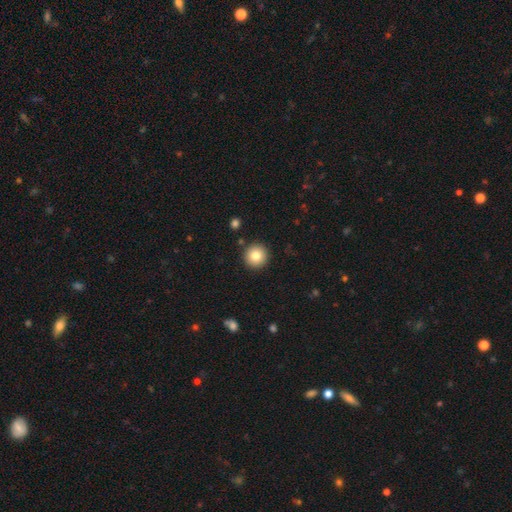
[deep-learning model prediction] Smooth or featured? smooth (81%)
How rounded? round (96%)
Merging? none (91%)